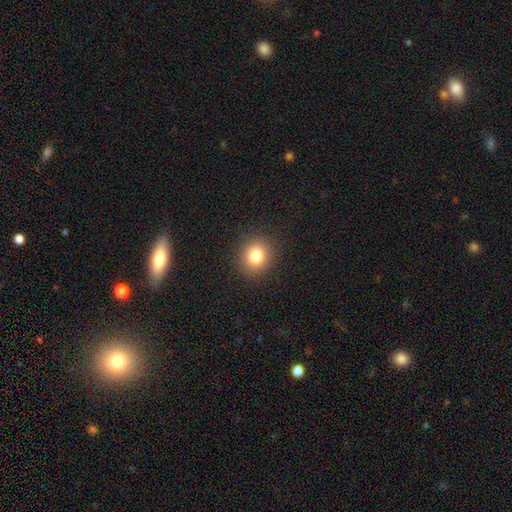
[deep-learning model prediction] This is clearly a smooth galaxy (81%). How rounded: likely round (78%). Merging: clearly none (90%).